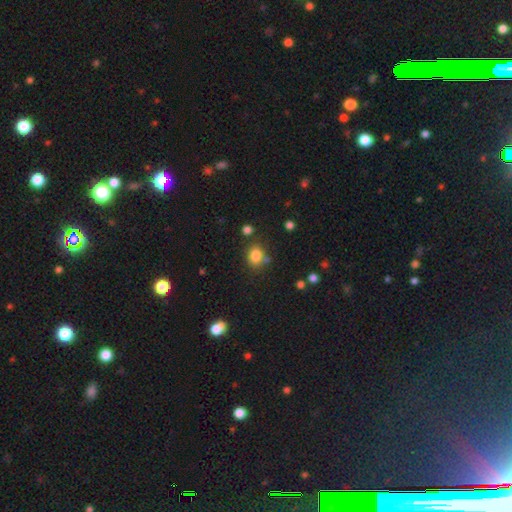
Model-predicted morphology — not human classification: smooth 82%, star or artifact 12%, featured or disk 6%. Down the decision tree: how rounded — round (55%); merging — none (73%).